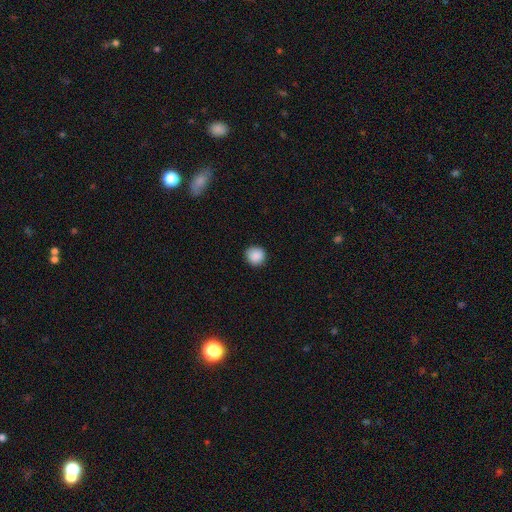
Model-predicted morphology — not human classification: A smooth galaxy with no disk features (89%) that is round (92%). Merging: none (90%).